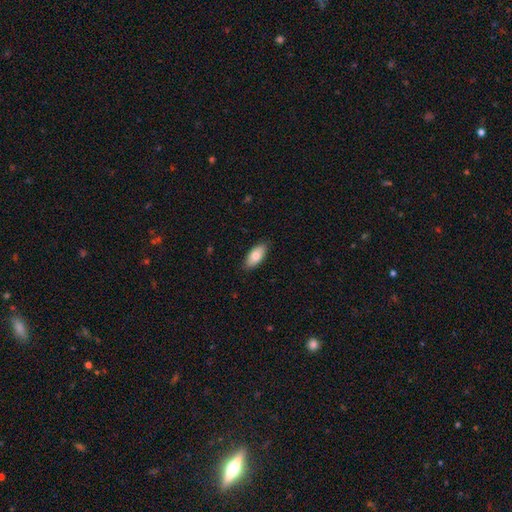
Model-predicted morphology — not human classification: Q: Smooth or featured?
A: smooth (82%); runner-up: featured or disk (12%)
Q: How rounded?
A: in between (90%); runner-up: cigar-shaped (8%)
Q: Merging?
A: none (86%); runner-up: minor disturbance (11%)